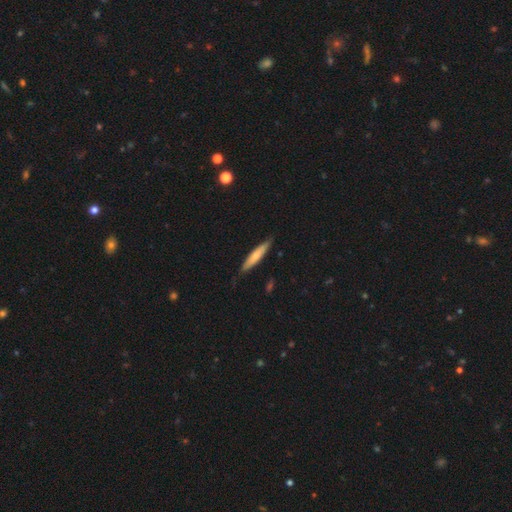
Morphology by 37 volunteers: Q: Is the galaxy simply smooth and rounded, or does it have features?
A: smooth — 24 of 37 (65%).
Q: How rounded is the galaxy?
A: cigar-shaped — 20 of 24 (83%).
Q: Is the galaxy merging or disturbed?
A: none — 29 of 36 (81%).